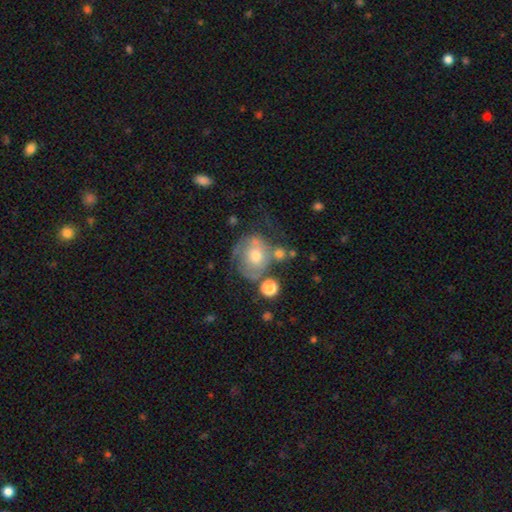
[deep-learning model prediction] Smooth or featured? featured or disk (49%)
Merging? none (39%)